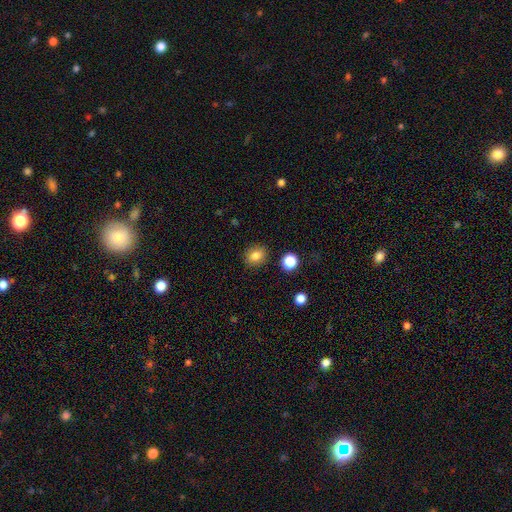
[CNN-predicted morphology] smooth_or_featured: smooth (p=0.82) [alt: star or artifact p=0.11]
how_rounded: round (p=0.64) [alt: in between p=0.35]
merging: none (p=0.87) [alt: minor disturbance p=0.08]